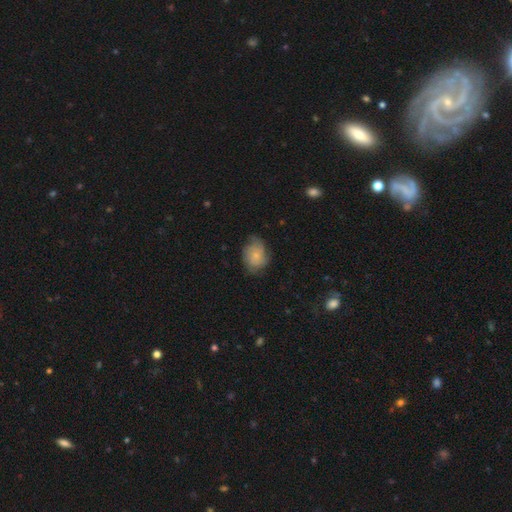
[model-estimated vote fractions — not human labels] smooth-or-featured: smooth: 57% | featured or disk: 35% | star or artifact: 8%
  how-rounded: in between: 52% | round: 47% | cigar-shaped: 1%
  merging: none: 57% | minor disturbance: 31% | major disturbance: 11% | merger: 1%